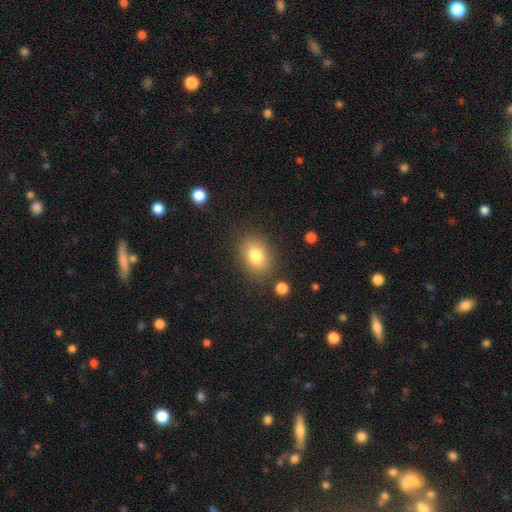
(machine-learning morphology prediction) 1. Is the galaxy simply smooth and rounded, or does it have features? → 80% smooth, 10% star or artifact, 10% featured or disk.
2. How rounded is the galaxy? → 67% in between, 32% round, 1% cigar-shaped.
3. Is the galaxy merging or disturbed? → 84% none, 10% minor disturbance, 4% major disturbance, 3% merger.